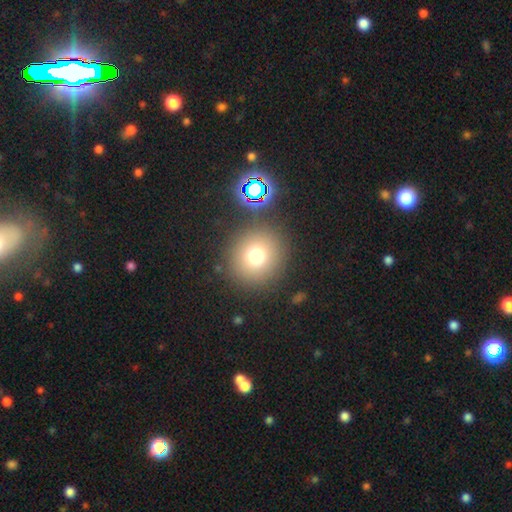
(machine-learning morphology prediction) Smooth or featured: smooth — 71% (star or artifact — 19%)
How rounded: round — 93% (in between — 6%)
Merging: none — 86% (minor disturbance — 6%)